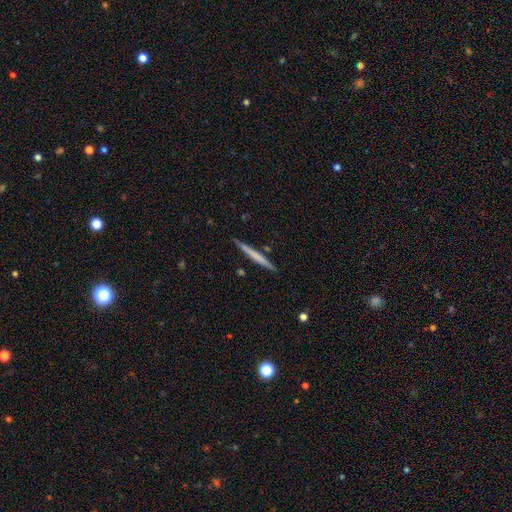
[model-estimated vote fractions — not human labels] Smooth or featured: smooth — 54% (featured or disk — 41%)
How rounded: cigar-shaped — 97% (in between — 2%)
Merging: none — 90% (minor disturbance — 7%)